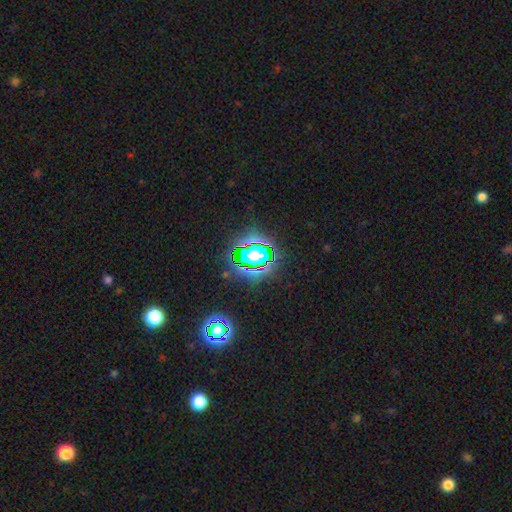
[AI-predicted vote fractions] A star or artifact, not a galaxy (64%).